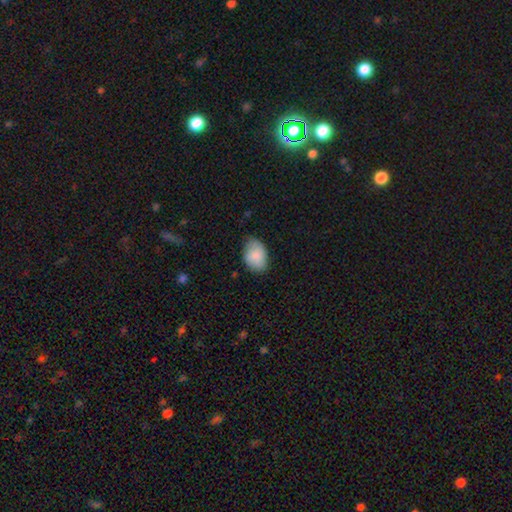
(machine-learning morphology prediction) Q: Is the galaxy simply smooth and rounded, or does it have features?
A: smooth — 85%.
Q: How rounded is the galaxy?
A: in between — 83%.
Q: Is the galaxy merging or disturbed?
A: none — 70%.